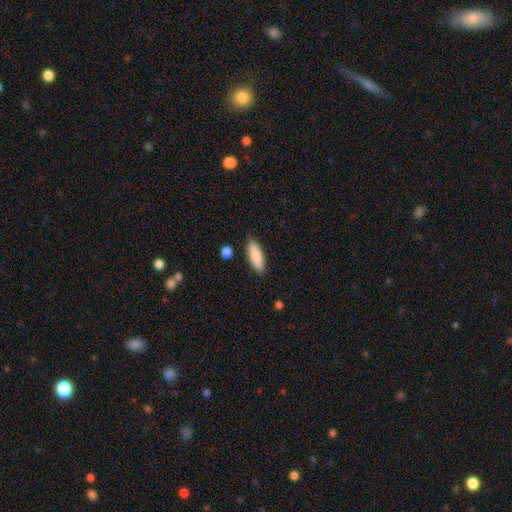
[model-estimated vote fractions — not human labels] A smooth galaxy with no disk features (86%) that is in between round and cigar-shaped (57%). Merging: none (87%).